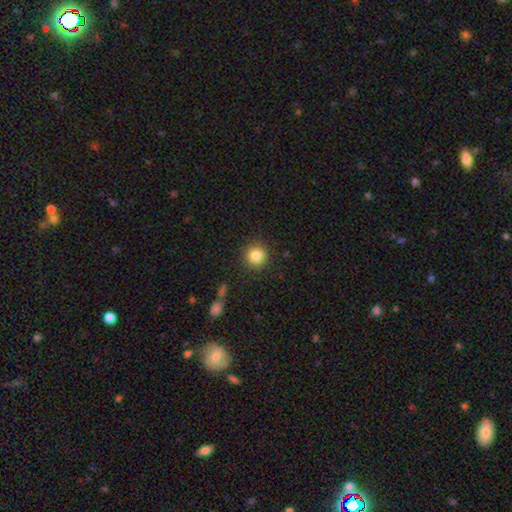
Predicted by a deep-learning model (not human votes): Q: Smooth or featured?
A: smooth (85%); runner-up: star or artifact (10%)
Q: How rounded?
A: round (92%); runner-up: in between (7%)
Q: Merging?
A: none (88%); runner-up: minor disturbance (7%)